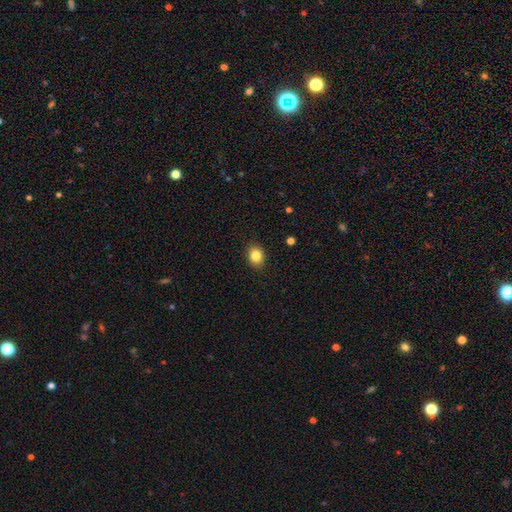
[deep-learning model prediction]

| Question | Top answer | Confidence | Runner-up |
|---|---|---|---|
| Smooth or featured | smooth | 84% | star or artifact (10%) |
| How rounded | round | 50% | in between (49%) |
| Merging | none | 90% | minor disturbance (7%) |